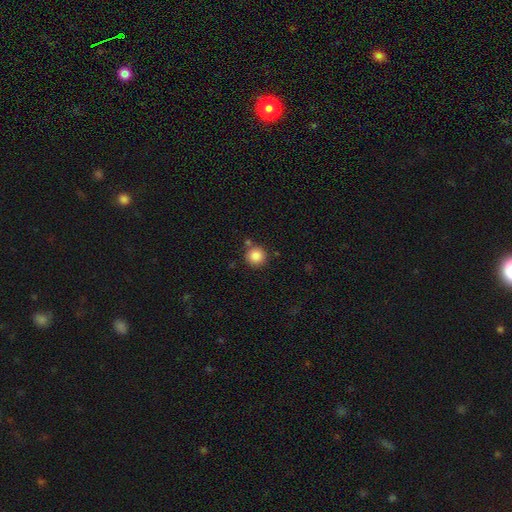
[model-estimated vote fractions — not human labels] smooth-or-featured: smooth: 87% | star or artifact: 9% | featured or disk: 4%
  how-rounded: round: 95% | in between: 4% | cigar-shaped: 1%
  merging: none: 81% | minor disturbance: 9% | merger: 8% | major disturbance: 3%